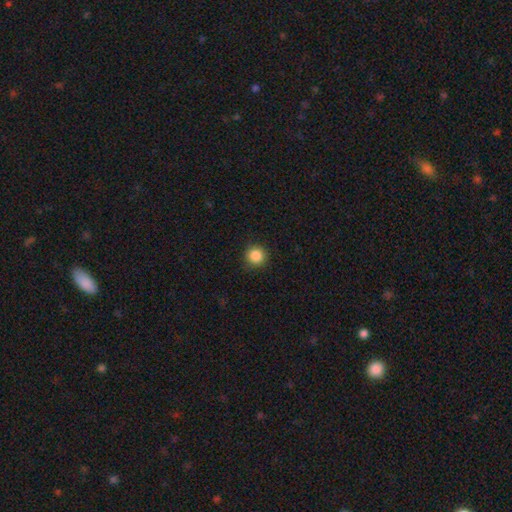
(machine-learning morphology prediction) Smooth or featured? smooth (86%)
How rounded? round (95%)
Merging? none (90%)